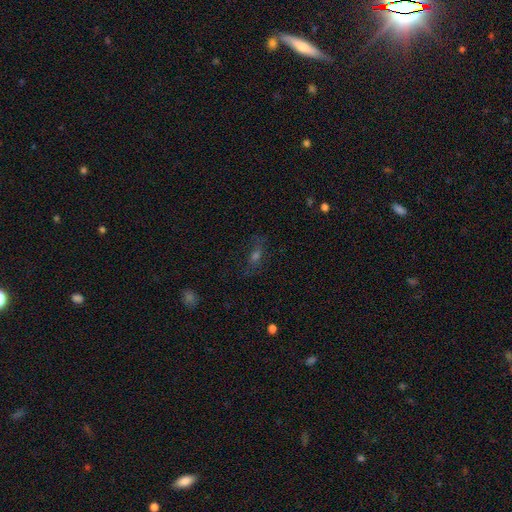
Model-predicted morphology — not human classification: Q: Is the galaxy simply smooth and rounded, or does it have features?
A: smooth — 36%.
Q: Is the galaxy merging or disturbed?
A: none — 70%.